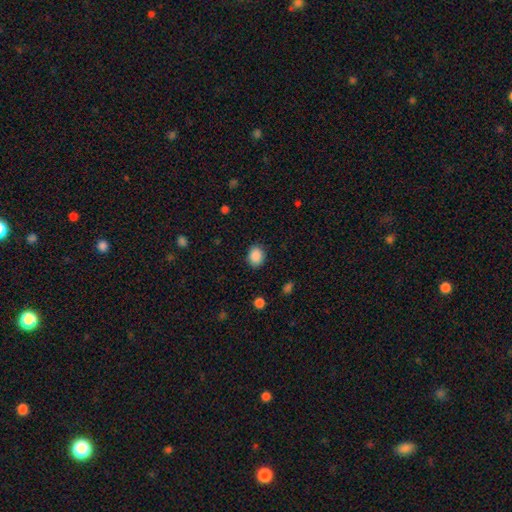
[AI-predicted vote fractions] A smooth galaxy with no disk features (88%) that is round (51%).

Vote fractions:
- Smooth or featured? smooth: 88% / star or artifact: 9% / featured or disk: 3%
- How rounded? round: 51% / in between: 48% / cigar-shaped: 1%
- Merging? none: 85% / minor disturbance: 11% / major disturbance: 3% / merger: 1%